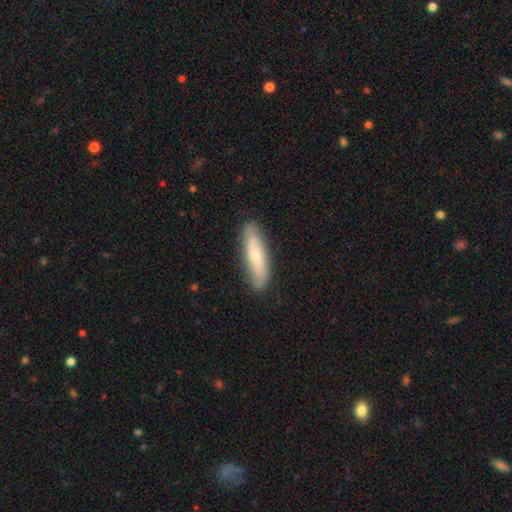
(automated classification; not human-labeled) Smooth or featured? Predicted: smooth (p=0.58). How rounded? Predicted: cigar-shaped (p=0.65). Merging? Predicted: none (p=0.84).